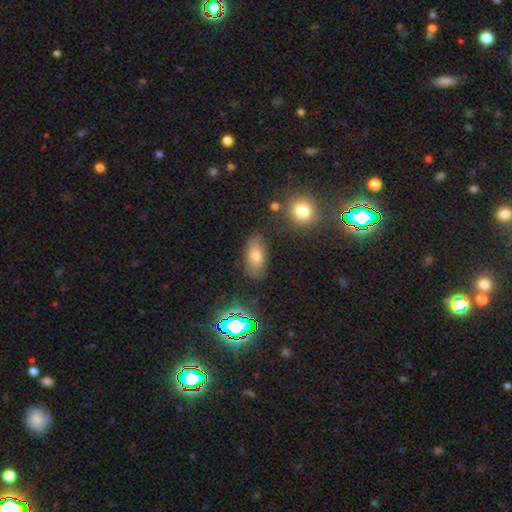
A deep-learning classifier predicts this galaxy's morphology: Smooth or featured? smooth (67%)
How rounded? in between (86%)
Merging? none (81%)